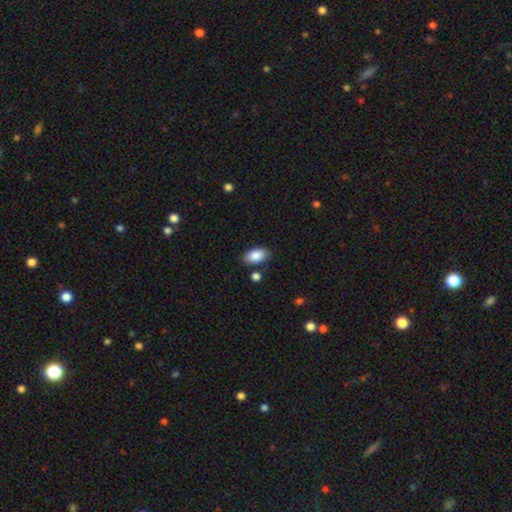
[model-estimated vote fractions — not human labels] Morphology: type=smooth (87%); roundness=in between (92%); merging=none (79%).